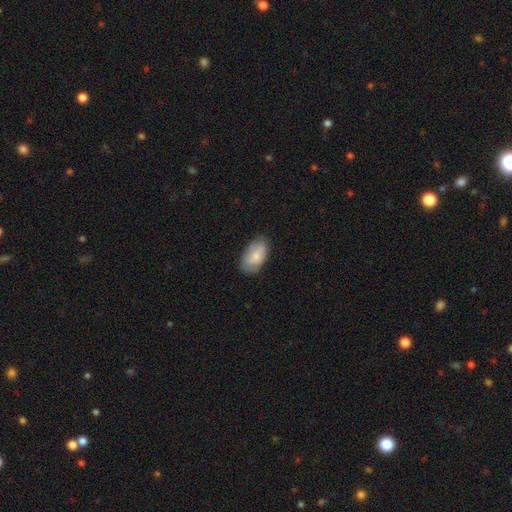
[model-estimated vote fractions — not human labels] Smooth or featured? smooth (72%)
How rounded? in between (94%)
Merging? none (75%)